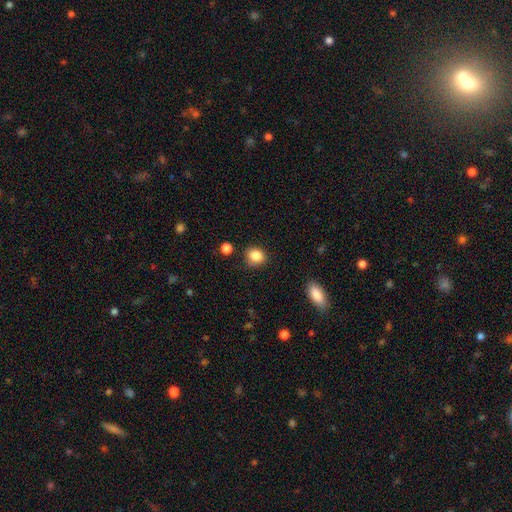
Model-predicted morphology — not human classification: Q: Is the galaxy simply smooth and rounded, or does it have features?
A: smooth — 86%.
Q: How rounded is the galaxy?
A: round — 72%.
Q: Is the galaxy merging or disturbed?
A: none — 81%.